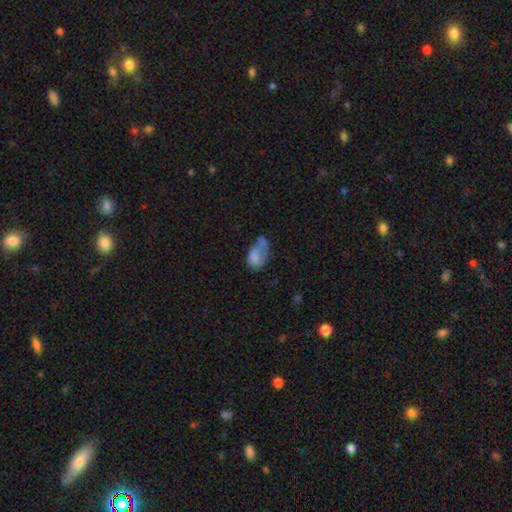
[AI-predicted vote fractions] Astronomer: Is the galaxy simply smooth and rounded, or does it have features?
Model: smooth — 69%.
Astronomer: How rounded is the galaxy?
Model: in between — 86%.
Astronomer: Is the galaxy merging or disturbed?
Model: major disturbance — 33% (runner-up: minor disturbance, 25%).